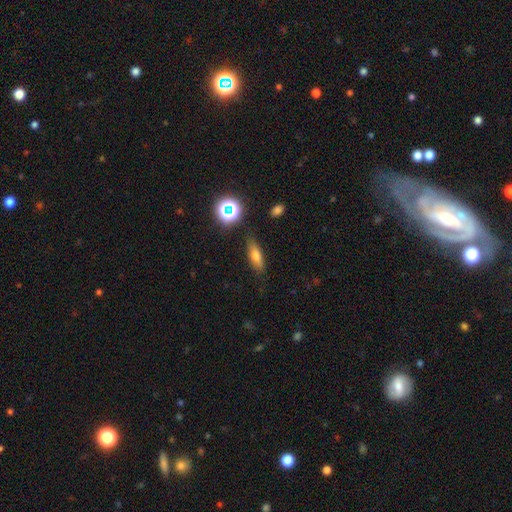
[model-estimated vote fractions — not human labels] This appears to be a smooth galaxy with no disk features (66%) that is in between round and cigar-shaped (50%). Merging: none (82%).